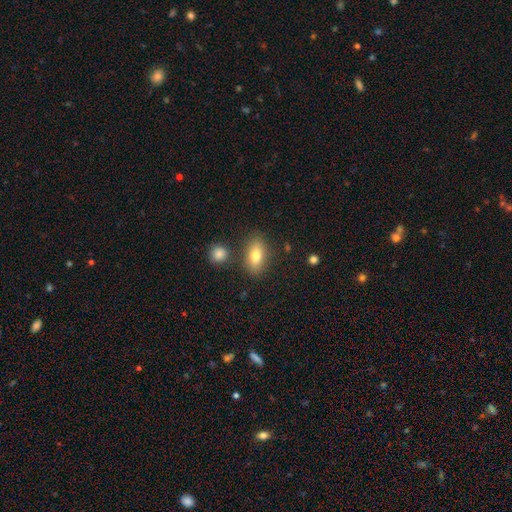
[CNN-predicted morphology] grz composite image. It shows a smooth galaxy with no disk features (77%) that is in between round and cigar-shaped (84%). Merging: none (80%).